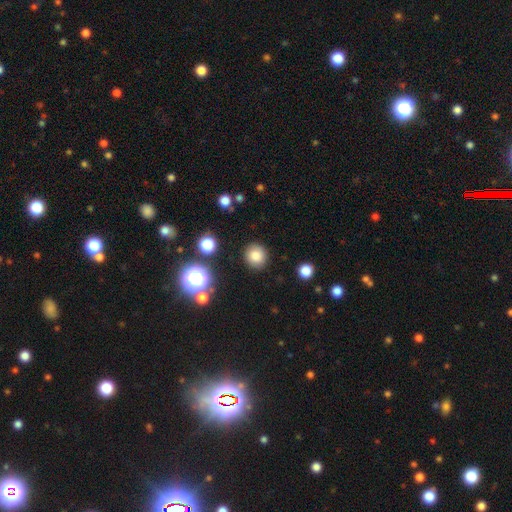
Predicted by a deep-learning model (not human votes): smooth 81%, star or artifact 13%, featured or disk 7%. Down the decision tree: how rounded — round (88%); merging — none (87%).